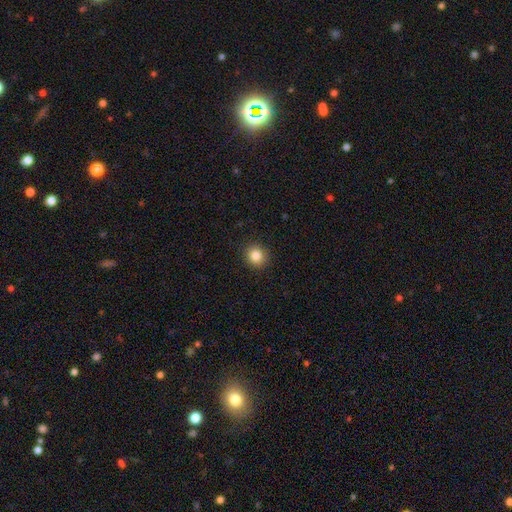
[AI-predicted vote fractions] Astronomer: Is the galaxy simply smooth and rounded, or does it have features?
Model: smooth — 84%.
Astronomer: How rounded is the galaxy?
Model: round — 89%.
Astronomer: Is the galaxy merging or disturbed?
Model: none — 92%.